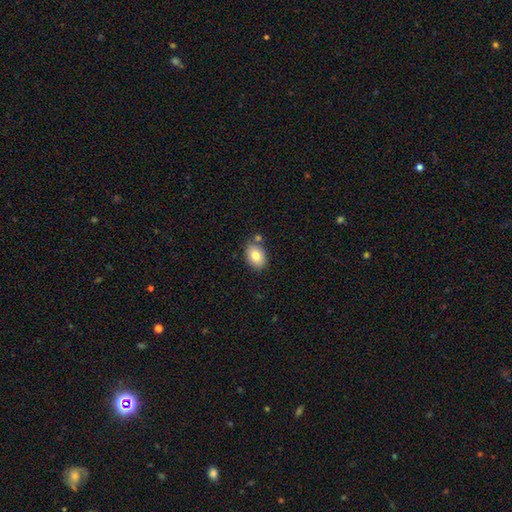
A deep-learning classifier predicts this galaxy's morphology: A smooth galaxy with no disk features (80%) that is in between round and cigar-shaped (76%).

Vote fractions:
- Smooth or featured? smooth: 80% / featured or disk: 11% / star or artifact: 8%
- How rounded? in between: 76% / round: 23% / cigar-shaped: 1%
- Merging? none: 73% / minor disturbance: 14% / merger: 10% / major disturbance: 3%